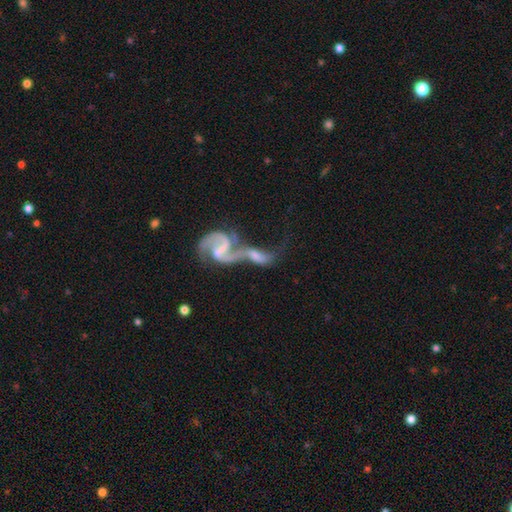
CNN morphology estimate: A featured or disk galaxy (69%) with a weak bar (39%), 2 (79%) loose (63%) spiral arms (80%) and no central bulge (40%).

Vote fractions:
- Smooth or featured? featured or disk: 69% / smooth: 23% / star or artifact: 7%
- Edge-on disk? no: 94% / yes: 6%
- Bar? weak: 39% / no: 36% / strong: 26%
- Spiral arms? yes: 80% / no: 20%
- Spiral winding? loose: 63% / medium: 28% / tight: 9%
- Spiral arm count? 2: 79% / 1: 11% / can't tell: 7% / 3: 1% / 4: 1% / more than 4: 1%
- Bulge size? none: 40% / small: 32% / moderate: 21% / large: 5% / dominant: 2%
- Merging? merger: 74% / none: 11% / major disturbance: 9% / minor disturbance: 6%